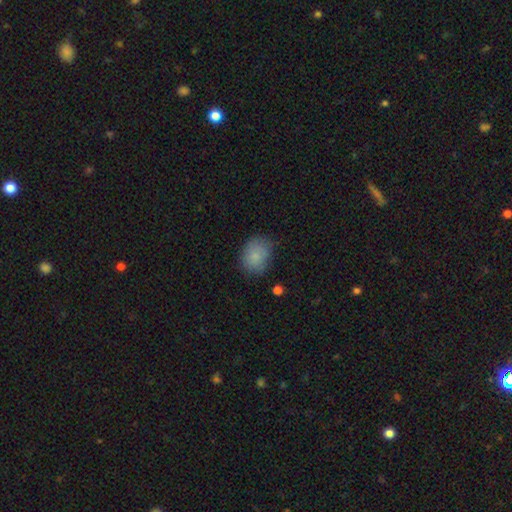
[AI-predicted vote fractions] Smooth or featured: smooth — 85% (star or artifact — 8%)
How rounded: in between — 59% (round — 40%)
Merging: none — 72% (minor disturbance — 21%)